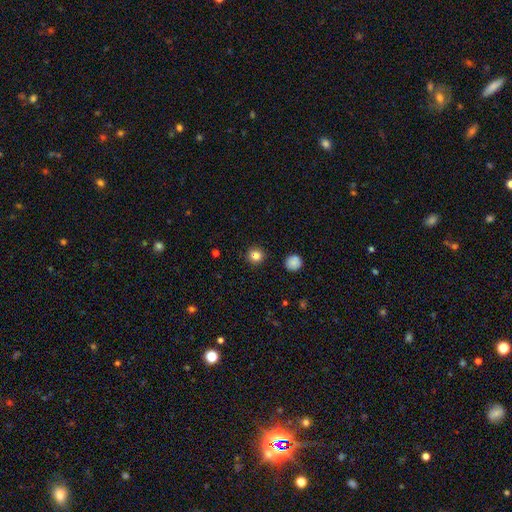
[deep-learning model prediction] Smooth or featured?
  - smooth: 83% *
  - star or artifact: 12%
  - featured or disk: 5%
How rounded?
  - round: 94% *
  - in between: 5%
  - cigar-shaped: 1%
Merging?
  - none: 92% *
  - minor disturbance: 5%
  - major disturbance: 2%
  - merger: 1%